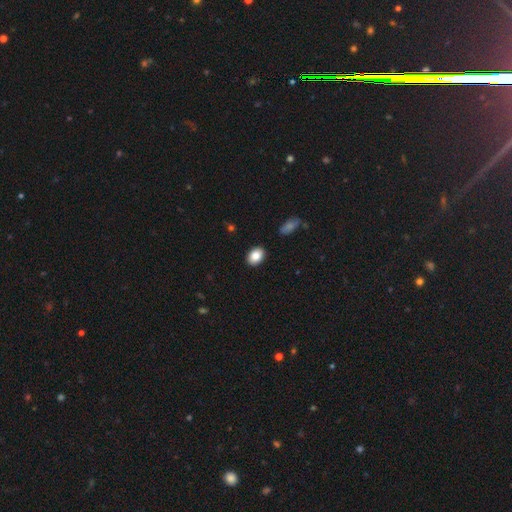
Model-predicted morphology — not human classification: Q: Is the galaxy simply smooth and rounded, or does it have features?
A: smooth — 85%.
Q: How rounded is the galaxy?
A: in between — 82%.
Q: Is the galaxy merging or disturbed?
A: none — 89%.